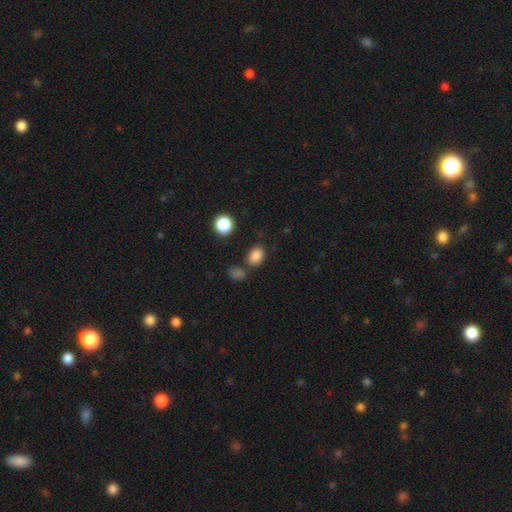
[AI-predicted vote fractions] Smooth or featured?
  - smooth: 84% *
  - star or artifact: 11%
  - featured or disk: 4%
How rounded?
  - in between: 73% *
  - round: 26%
  - cigar-shaped: 1%
Merging?
  - none: 75% *
  - minor disturbance: 12%
  - merger: 9%
  - major disturbance: 4%